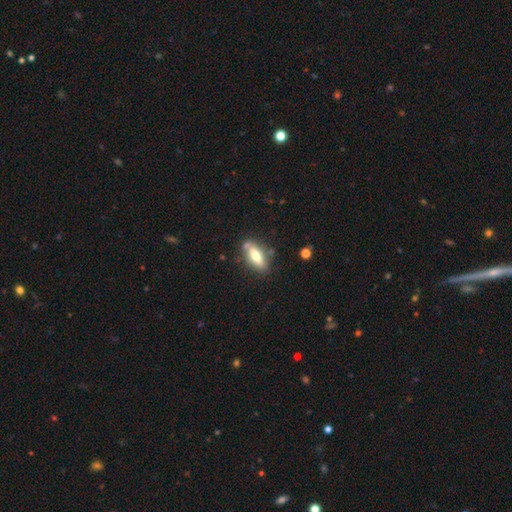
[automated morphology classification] A smooth galaxy with no disk features (53%) that is in between round and cigar-shaped (61%).

Vote fractions:
- Smooth or featured? smooth: 53% / featured or disk: 41% / star or artifact: 6%
- How rounded? in between: 61% / cigar-shaped: 36% / round: 3%
- Merging? none: 75% / minor disturbance: 16% / merger: 6% / major disturbance: 4%